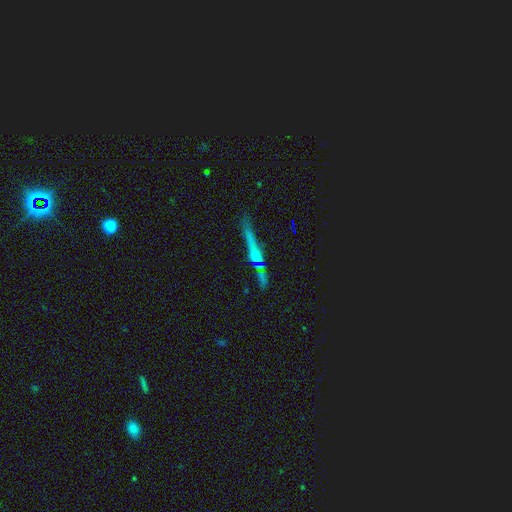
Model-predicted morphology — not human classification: Smooth or featured? featured or disk (45%)
Merging? none (54%)